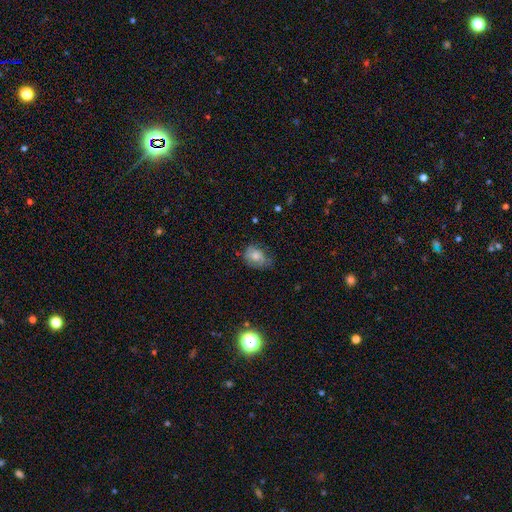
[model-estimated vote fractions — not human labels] Smooth or featured? smooth (69%)
How rounded? in between (68%)
Merging? none (54%)